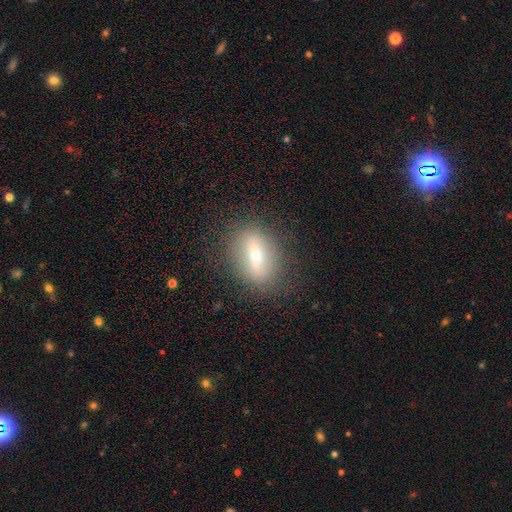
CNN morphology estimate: This is possibly a smooth galaxy (45%). Merging: clearly none (82%).